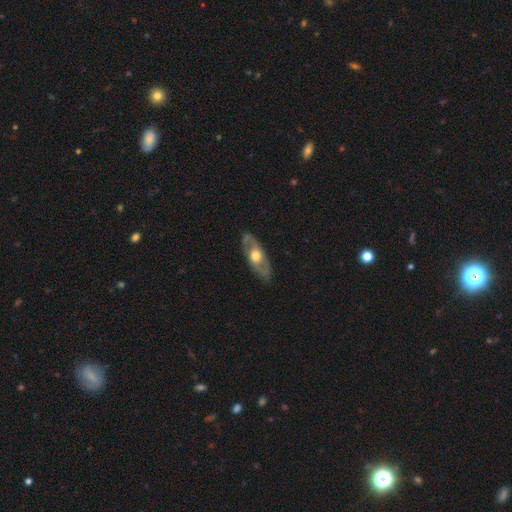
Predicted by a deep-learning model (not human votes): Smooth or featured? featured or disk (65%)
Edge-on disk? no (72%)
Merging? none (84%)